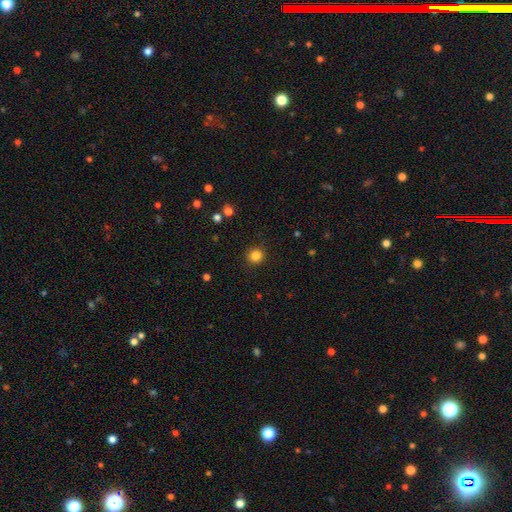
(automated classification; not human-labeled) Smooth or featured? smooth (84%)
How rounded? round (93%)
Merging? none (91%)